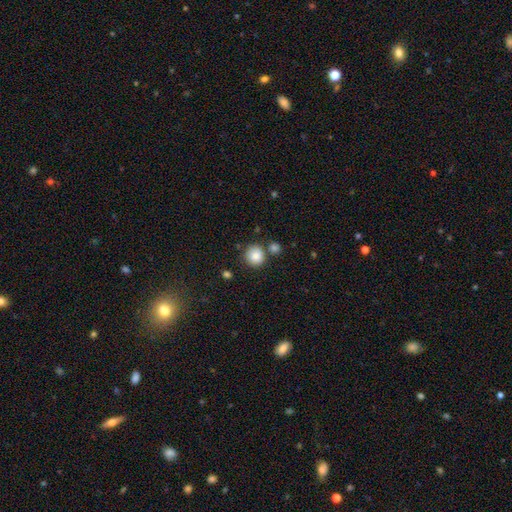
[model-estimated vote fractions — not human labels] Overall: smooth (85%). How rounded: round (91%). Merging: none (76%).